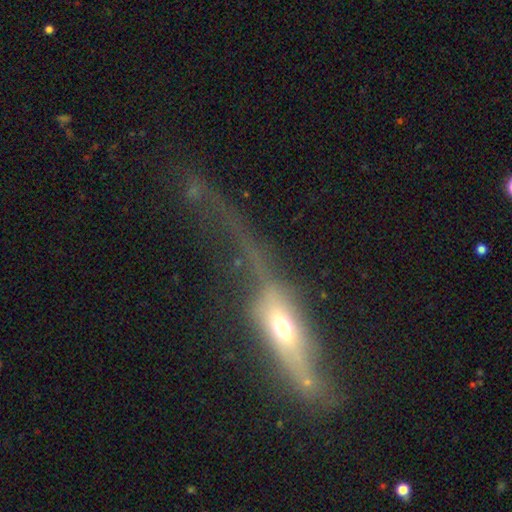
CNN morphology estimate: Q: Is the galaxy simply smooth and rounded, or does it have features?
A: featured or disk — 62%.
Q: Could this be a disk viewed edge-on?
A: yes — 51%.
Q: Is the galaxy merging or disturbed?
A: major disturbance — 54%.